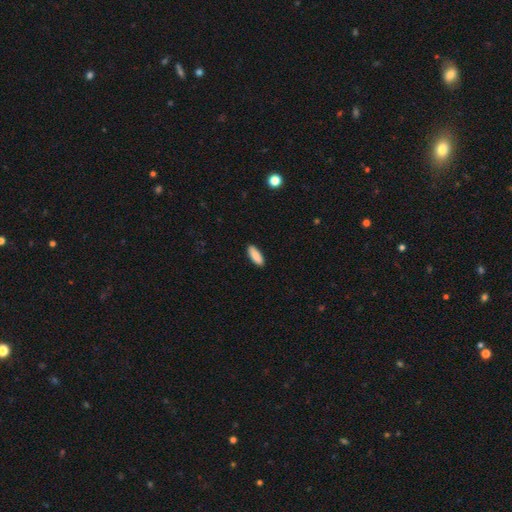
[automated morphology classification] smooth 88%, featured or disk 6%, star or artifact 6%. Down the decision tree: how rounded — in between (71%); merging — none (90%).